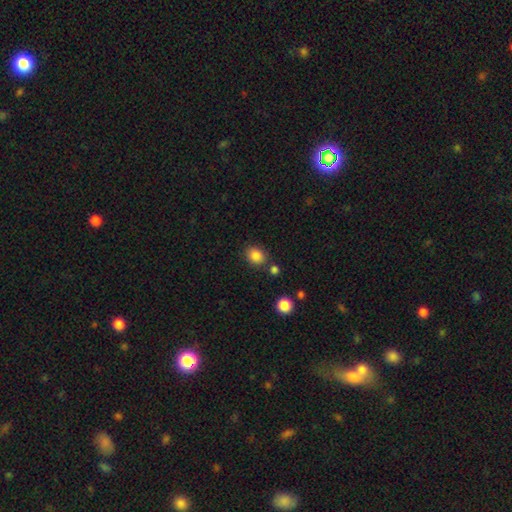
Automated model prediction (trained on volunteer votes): Q: Smooth or featured?
A: smooth (86%); runner-up: star or artifact (10%)
Q: How rounded?
A: round (55%); runner-up: in between (44%)
Q: Merging?
A: none (79%); runner-up: minor disturbance (11%)